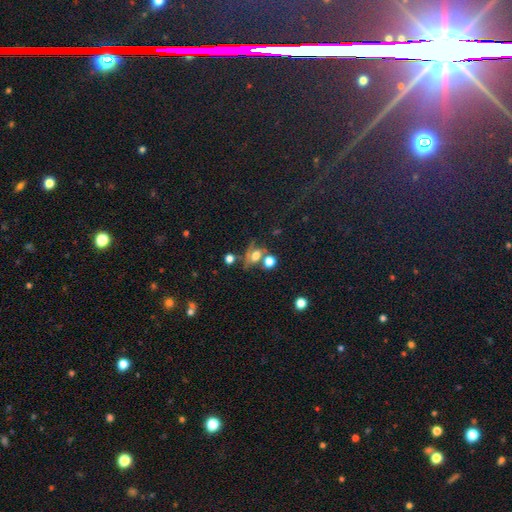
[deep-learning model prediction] smooth-or-featured: smooth: 52% | featured or disk: 27% | star or artifact: 20%
  how-rounded: in between: 53% | round: 42% | cigar-shaped: 5%
  merging: none: 37% | merger: 30% | major disturbance: 17% | minor disturbance: 16%